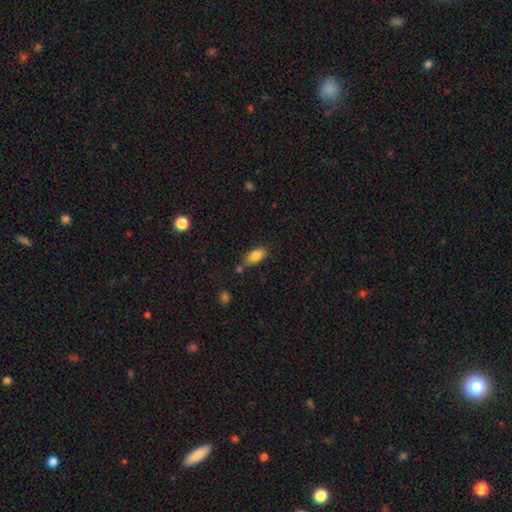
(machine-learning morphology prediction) This is clearly a smooth galaxy (83%). How rounded: clearly in between (88%). Merging: likely none (70%).